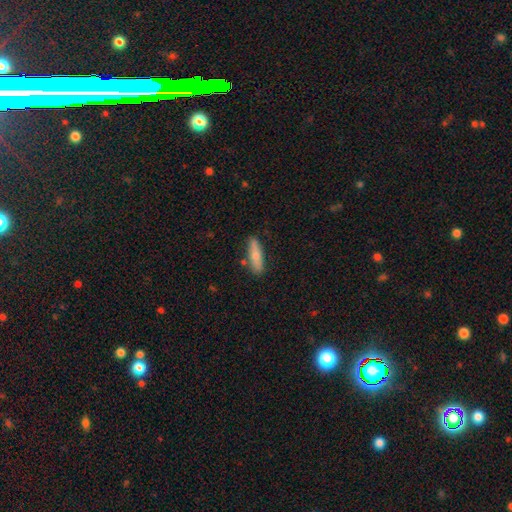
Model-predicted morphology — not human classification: This appears to be a smooth galaxy with no disk features (69%) that is cigar-shaped (66%). Merging: none (80%).